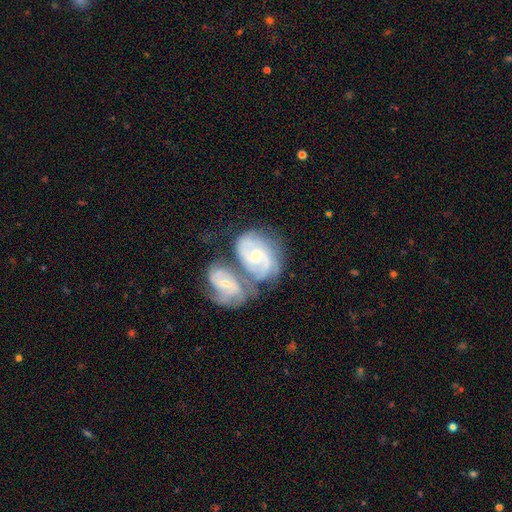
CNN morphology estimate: Smooth or featured? Predicted: featured or disk (p=0.85). Edge-on disk? Predicted: no (p=0.97). Bar? Predicted: no (p=0.55). Spiral arms? Predicted: yes (p=0.96). Spiral winding? Predicted: tight (p=0.52). Spiral arm count? Predicted: 2 (p=0.41). Bulge size? Predicted: small (p=0.59). Merging? Predicted: merger (p=0.62).